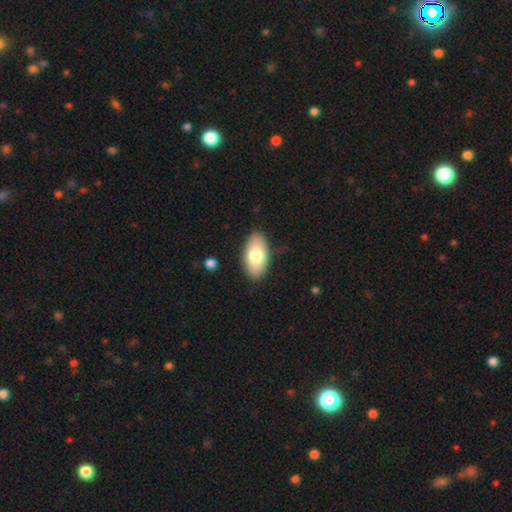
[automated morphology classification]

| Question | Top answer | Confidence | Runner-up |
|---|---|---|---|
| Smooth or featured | smooth | 77% | featured or disk (18%) |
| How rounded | in between | 94% | round (3%) |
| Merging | none | 86% | minor disturbance (10%) |